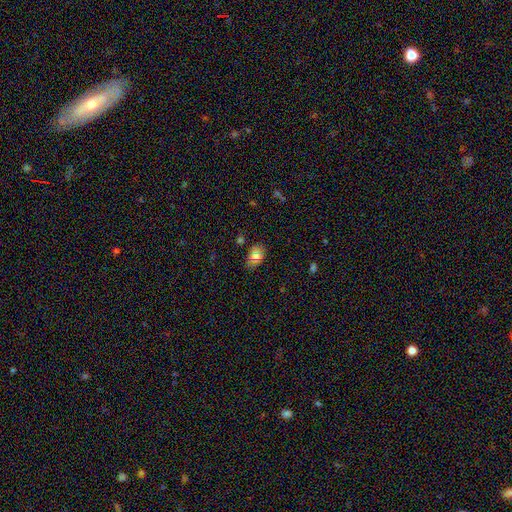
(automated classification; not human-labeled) This appears to be a smooth galaxy with no disk features (70%) that is in between round and cigar-shaped (86%). Merging: none (80%).